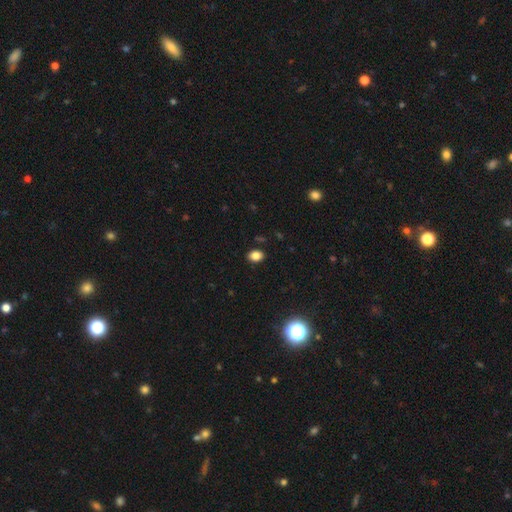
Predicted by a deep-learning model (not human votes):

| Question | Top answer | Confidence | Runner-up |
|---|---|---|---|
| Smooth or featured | smooth | 85% | star or artifact (11%) |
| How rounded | in between | 66% | round (33%) |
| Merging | none | 89% | minor disturbance (8%) |